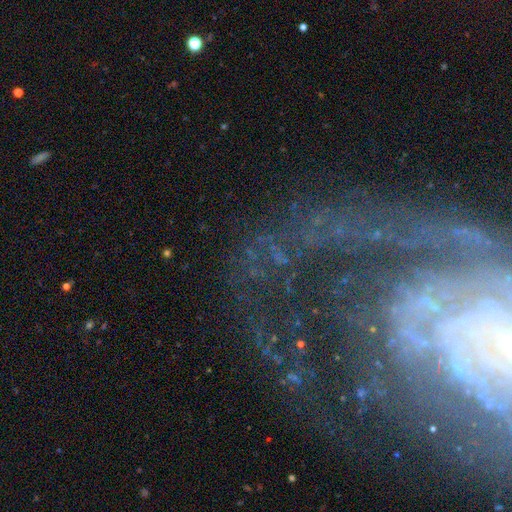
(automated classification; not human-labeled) Smooth or featured?
  - featured or disk: 64% *
  - star or artifact: 23%
  - smooth: 13%
Edge-on disk?
  - no: 90% *
  - yes: 10%
Bar?
  - no: 43% *
  - weak: 31%
  - strong: 25%
Spiral arms?
  - yes: 80% *
  - no: 20%
Bulge size?
  - small: 49% *
  - moderate: 28%
  - none: 13%
  - large: 6%
  - dominant: 4%
Merging?
  - none: 60% *
  - major disturbance: 19%
  - minor disturbance: 15%
  - merger: 6%